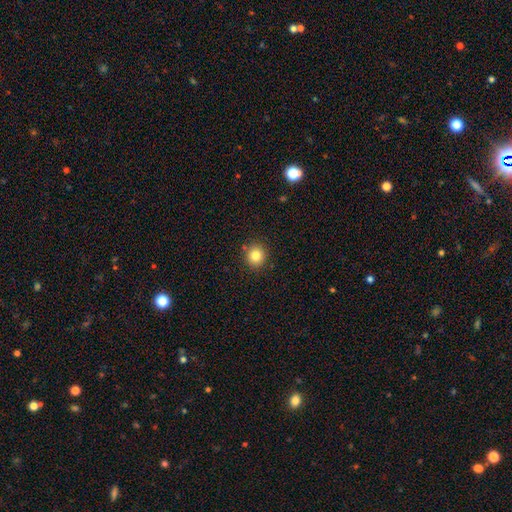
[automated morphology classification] This appears to be a smooth galaxy with no disk features (82%) that is round (90%). Merging: none (88%).